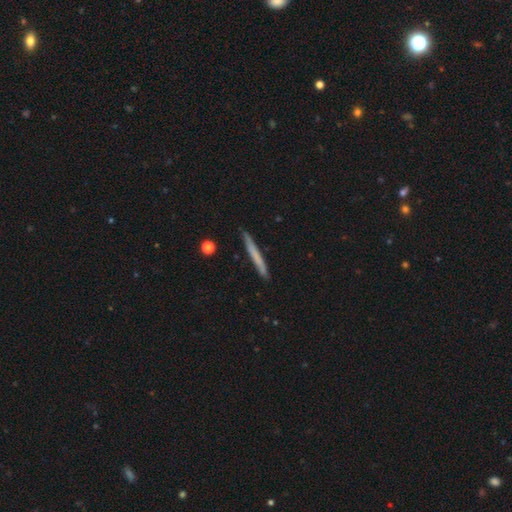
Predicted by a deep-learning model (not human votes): The model was most divided on "smooth or featured": smooth: 62%, featured or disk: 32%, star or artifact: 6%. More confident: how rounded — cigar-shaped (97%); merging — none (89%).